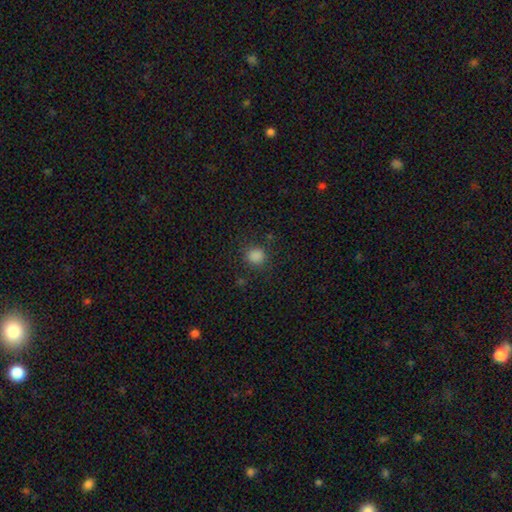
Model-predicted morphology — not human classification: The model was most divided on "smooth or featured": smooth: 84%, star or artifact: 13%, featured or disk: 3%. More confident: how rounded — round (85%); merging — none (84%).